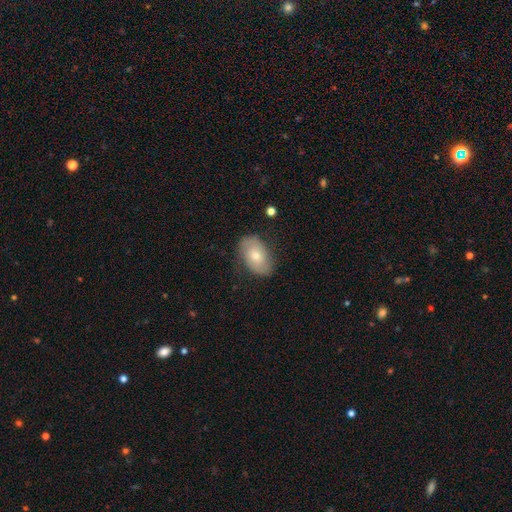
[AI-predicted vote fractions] A smooth galaxy with no disk features (60%) that is in between round and cigar-shaped (90%).

Vote fractions:
- Smooth or featured? smooth: 60% / featured or disk: 34% / star or artifact: 6%
- How rounded? in between: 90% / round: 8% / cigar-shaped: 1%
- Merging? none: 78% / minor disturbance: 16% / major disturbance: 4% / merger: 1%